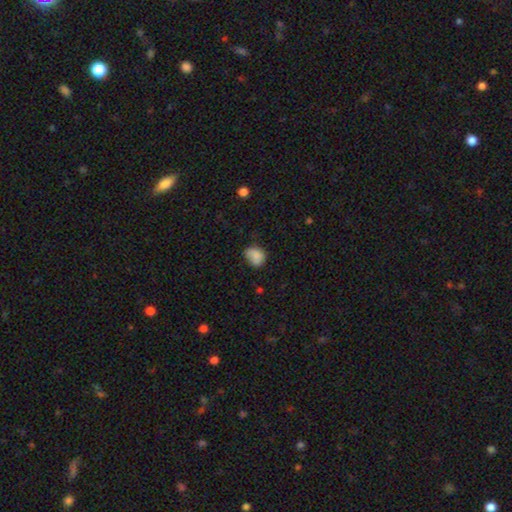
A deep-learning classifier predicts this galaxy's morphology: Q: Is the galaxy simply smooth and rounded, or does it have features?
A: smooth — 84%.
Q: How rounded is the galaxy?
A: in between — 52%.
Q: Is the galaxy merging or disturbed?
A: none — 57%.